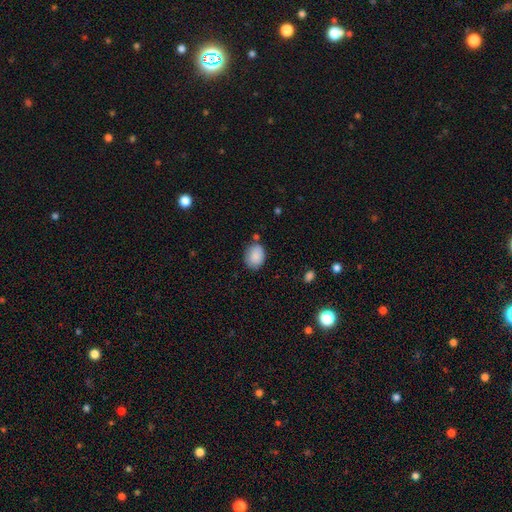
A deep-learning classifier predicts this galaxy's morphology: Q: Smooth or featured?
A: smooth (88%); runner-up: star or artifact (7%)
Q: How rounded?
A: in between (63%); runner-up: round (36%)
Q: Merging?
A: none (73%); runner-up: minor disturbance (18%)